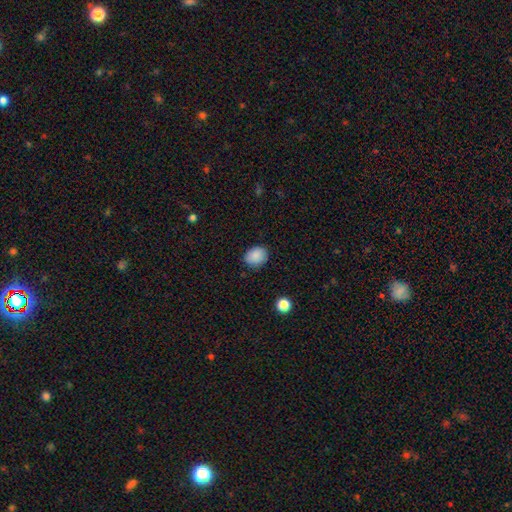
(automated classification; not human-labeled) A smooth galaxy with no disk features (88%) that is round (50%). Merging: none (84%).